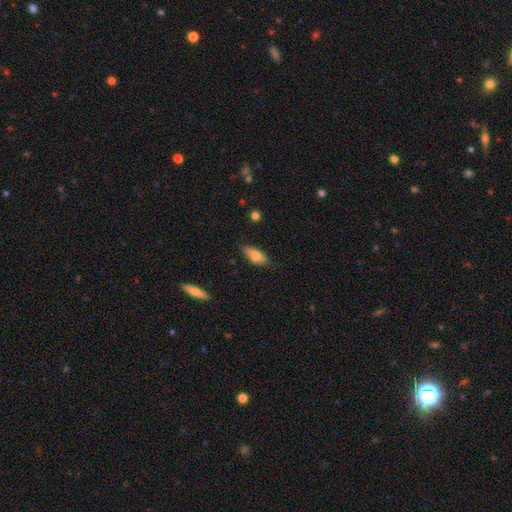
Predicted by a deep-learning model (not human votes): Smooth or featured: smooth — 80% (featured or disk — 13%)
How rounded: in between — 77% (cigar-shaped — 20%)
Merging: none — 68% (minor disturbance — 25%)